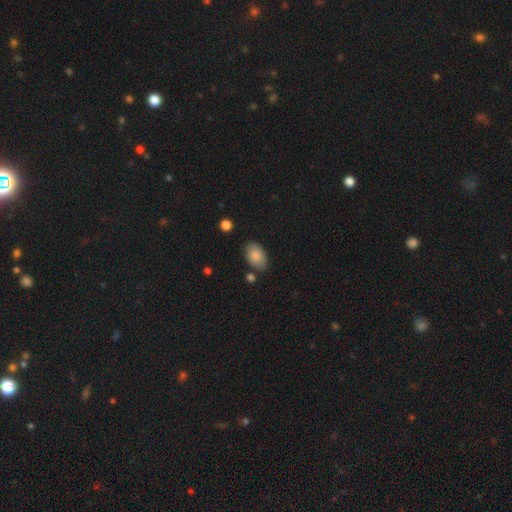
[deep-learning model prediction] Smooth or featured: smooth — 86% (featured or disk — 8%)
How rounded: in between — 91% (round — 8%)
Merging: none — 80% (minor disturbance — 13%)